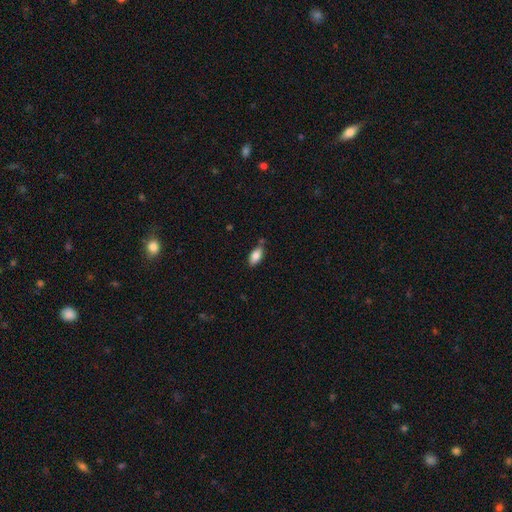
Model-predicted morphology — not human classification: type=smooth (84%); roundness=in between (89%); merging=none (73%).